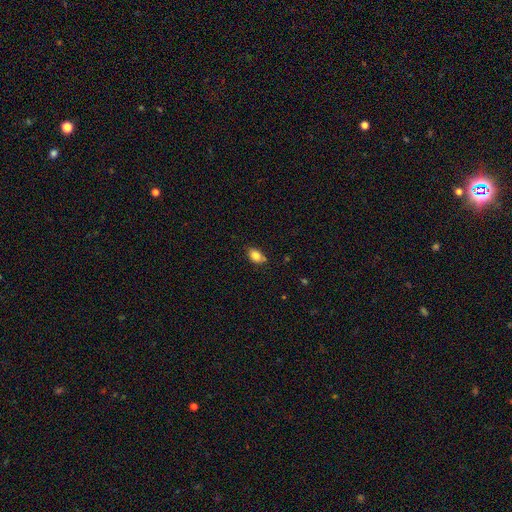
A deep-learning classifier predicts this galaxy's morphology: Smooth or featured? Predicted: smooth (p=0.84). How rounded? Predicted: in between (p=0.79). Merging? Predicted: none (p=0.69).